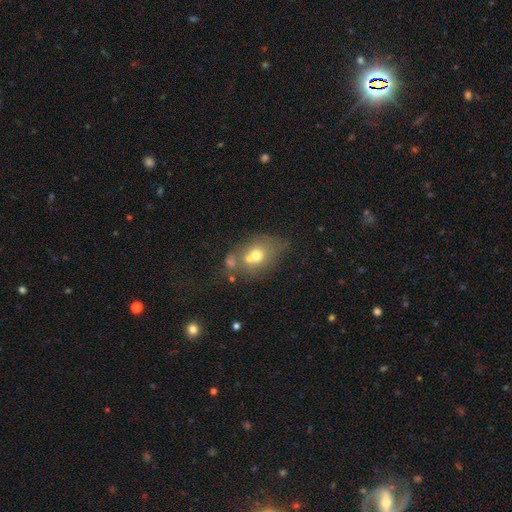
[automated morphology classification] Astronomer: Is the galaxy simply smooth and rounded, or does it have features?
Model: smooth — 62%.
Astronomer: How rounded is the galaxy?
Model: in between — 58% (runner-up: round, 41%).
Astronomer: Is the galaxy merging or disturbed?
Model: merger — 40% (runner-up: none, 36%).